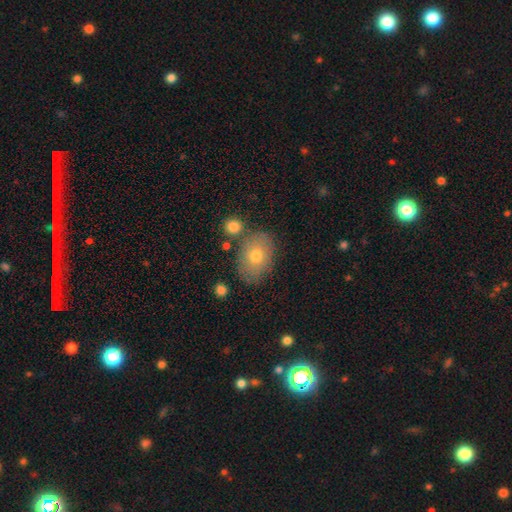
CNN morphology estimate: The model was most divided on "how rounded": in between: 73%, round: 26%, cigar-shaped: 1%. More confident: merging — none (77%); smooth or featured — smooth (69%).